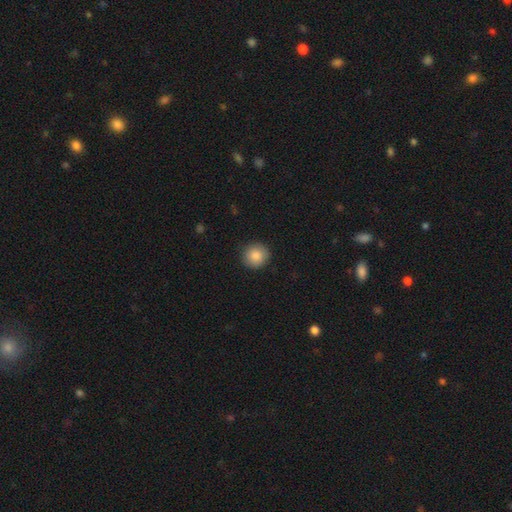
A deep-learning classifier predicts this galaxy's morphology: This appears to be a smooth galaxy with no disk features (88%) that is round (91%). Merging: none (91%).